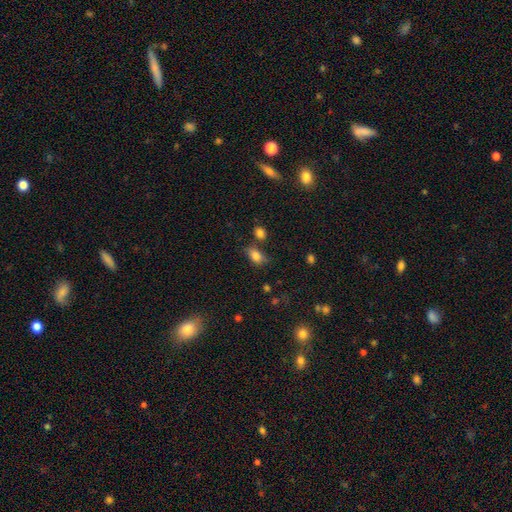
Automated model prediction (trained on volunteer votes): Overall: smooth (82%). How rounded: in between (85%). Merging: none (66%).